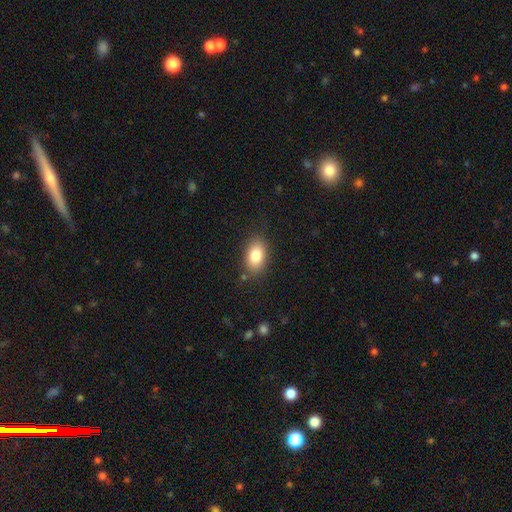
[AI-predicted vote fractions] Smooth or featured? Predicted: smooth (p=0.82). How rounded? Predicted: in between (p=0.87). Merging? Predicted: none (p=0.83).